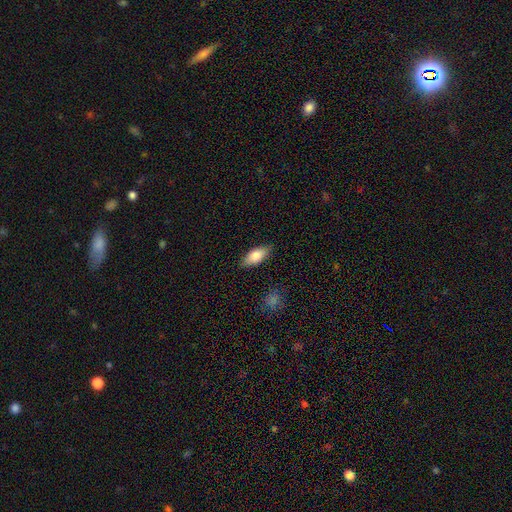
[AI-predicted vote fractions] Morphology: type=smooth (78%); roundness=in between (83%); merging=none (86%).